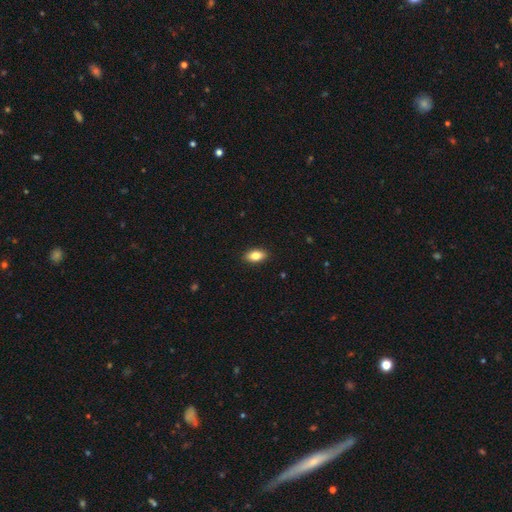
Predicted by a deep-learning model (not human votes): smooth_or_featured: smooth (p=0.83) [alt: featured or disk p=0.10]
how_rounded: in between (p=0.90) [alt: round p=0.05]
merging: none (p=0.90) [alt: minor disturbance p=0.07]